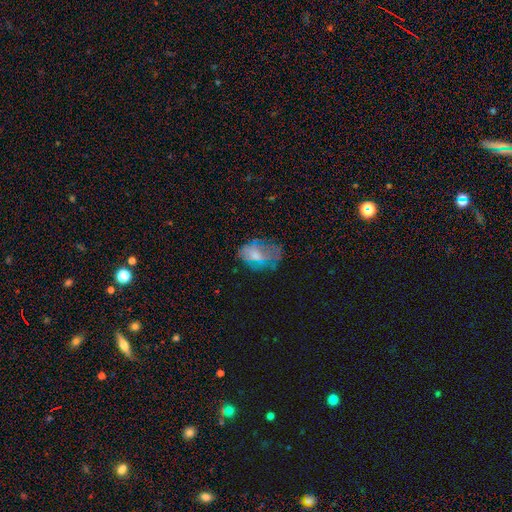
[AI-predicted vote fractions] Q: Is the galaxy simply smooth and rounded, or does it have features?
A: smooth — 56%.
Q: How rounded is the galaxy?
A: in between — 77%.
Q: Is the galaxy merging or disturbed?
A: none — 36%.